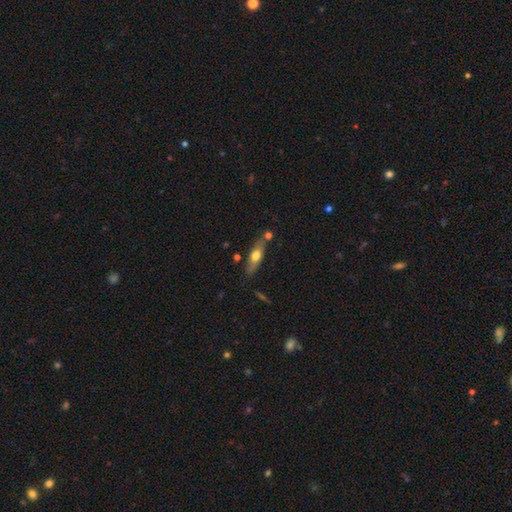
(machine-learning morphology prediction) This is possibly a smooth galaxy (54%). How rounded: possibly cigar-shaped (48%, tied with in between). Merging: likely none (74%).